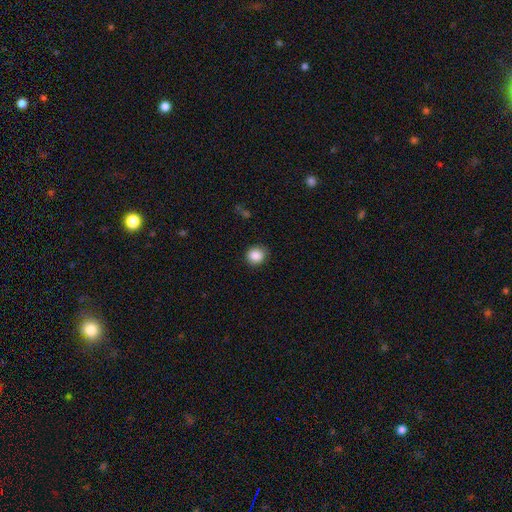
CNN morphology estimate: Smooth or featured? smooth (88%)
How rounded? round (85%)
Merging? none (85%)